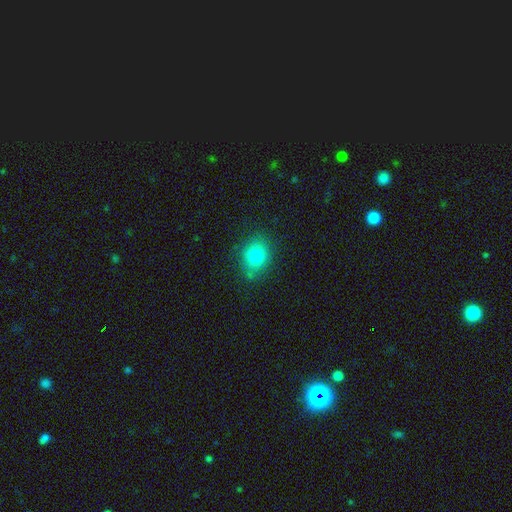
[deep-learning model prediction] A smooth galaxy with no disk features (80%) that is round (58%). Merging: none (79%).